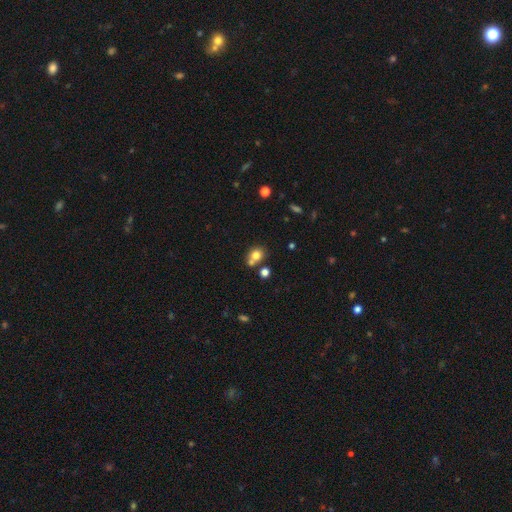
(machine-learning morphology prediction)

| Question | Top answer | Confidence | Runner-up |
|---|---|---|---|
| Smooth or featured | smooth | 76% | star or artifact (13%) |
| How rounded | round | 70% | in between (29%) |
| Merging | none | 50% | merger (35%) |